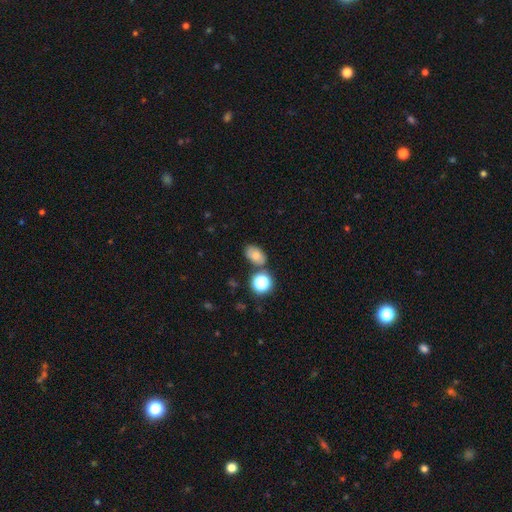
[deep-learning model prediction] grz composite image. It shows a smooth galaxy with no disk features (70%) that is in between round and cigar-shaped (80%). Merging: none (70%).